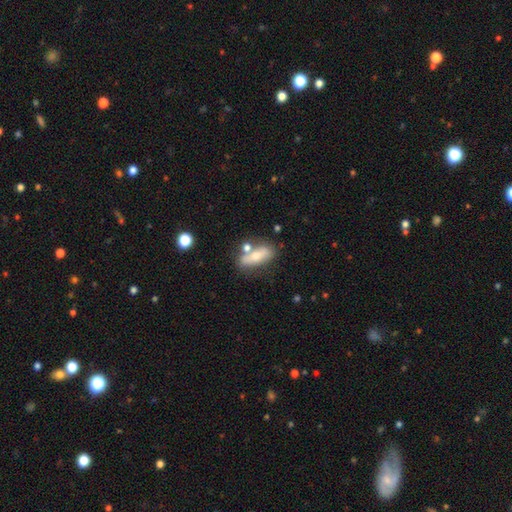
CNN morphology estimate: smooth 59%, featured or disk 34%, star or artifact 8%. Down the decision tree: how rounded — in between (65%); merging — none (60%).